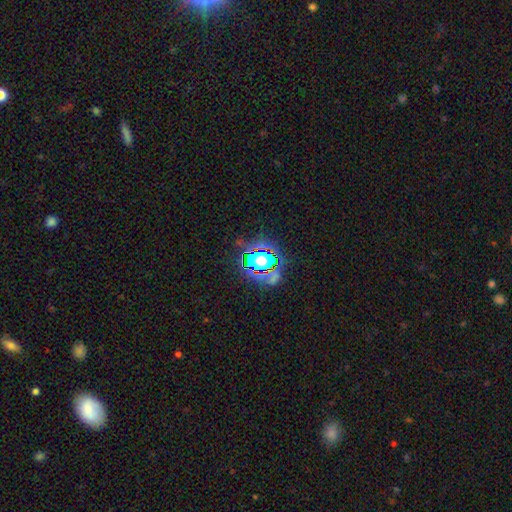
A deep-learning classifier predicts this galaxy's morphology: smooth_or_featured: star or artifact (p=0.53) [alt: smooth p=0.32]